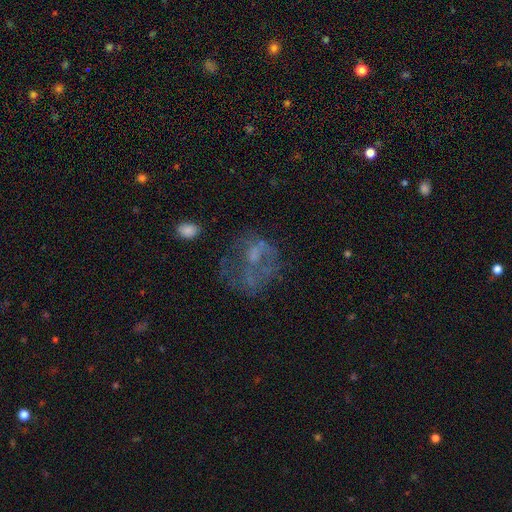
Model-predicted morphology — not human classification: The model was most divided on "merging": none: 42%, major disturbance: 34%, minor disturbance: 18%, merger: 6%. Remaining: edge-on disk — no (97%); spiral arms — no (84%); bar — no (84%); smooth or featured — featured or disk (52%); bulge size — none (48%).